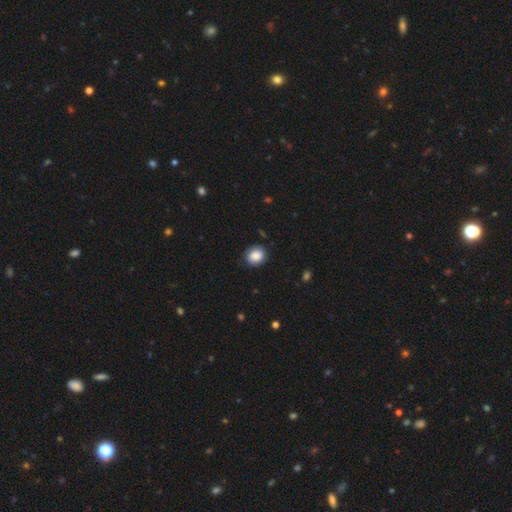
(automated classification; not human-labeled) Morphology: type=smooth (85%); roundness=round (72%); merging=none (84%).